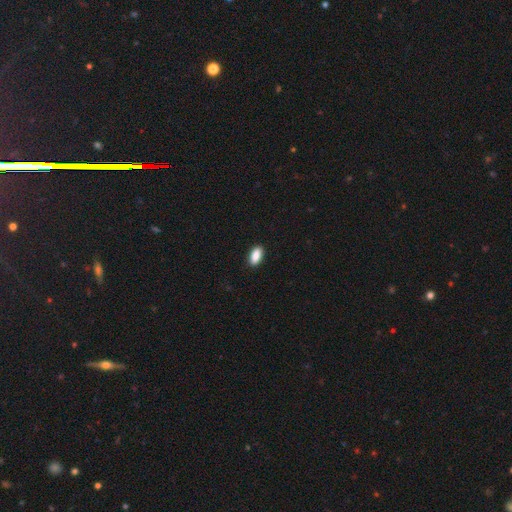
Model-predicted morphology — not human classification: A smooth galaxy with no disk features (89%) that is in between round and cigar-shaped (91%). Merging: none (90%).